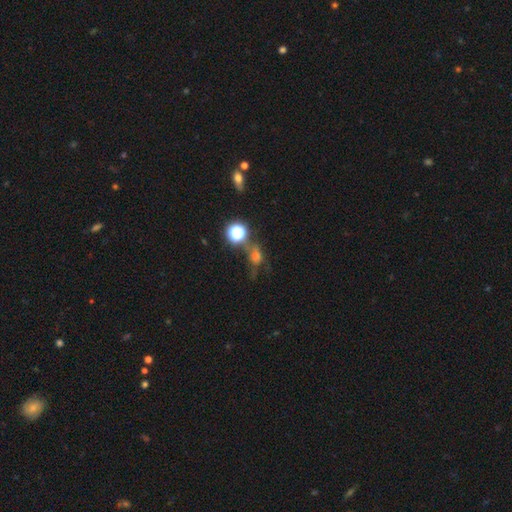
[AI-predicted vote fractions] Overall: star or artifact (44%; smooth 35%).